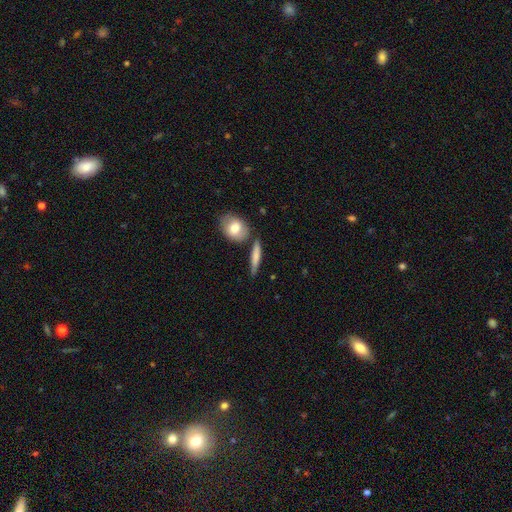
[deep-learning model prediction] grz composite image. It shows a smooth galaxy with no disk features (67%) that is cigar-shaped (79%). Merging: none (73%).